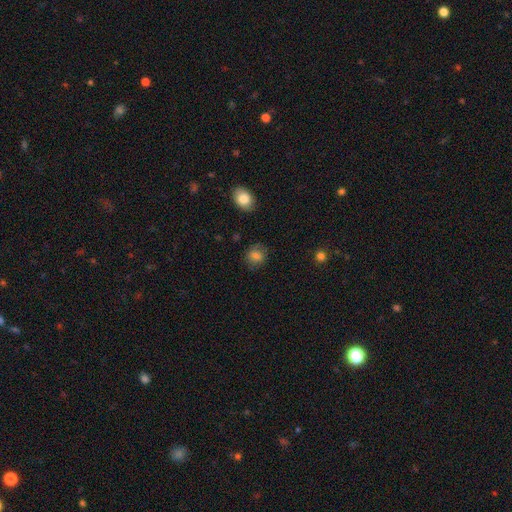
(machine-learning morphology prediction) Q: Smooth or featured?
A: smooth (79%); runner-up: star or artifact (11%)
Q: How rounded?
A: round (75%); runner-up: in between (24%)
Q: Merging?
A: none (79%); runner-up: minor disturbance (16%)